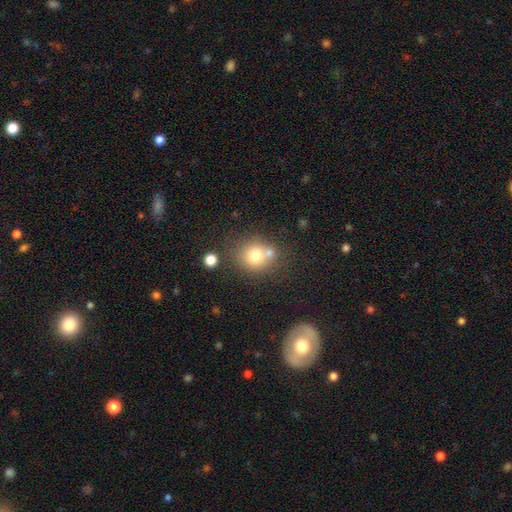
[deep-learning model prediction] A smooth galaxy with no disk features (73%) that is round (82%).

Vote fractions:
- Smooth or featured? smooth: 73% / featured or disk: 14% / star or artifact: 13%
- How rounded? round: 82% / in between: 17% / cigar-shaped: 1%
- Merging? none: 56% / merger: 28% / minor disturbance: 11% / major disturbance: 5%